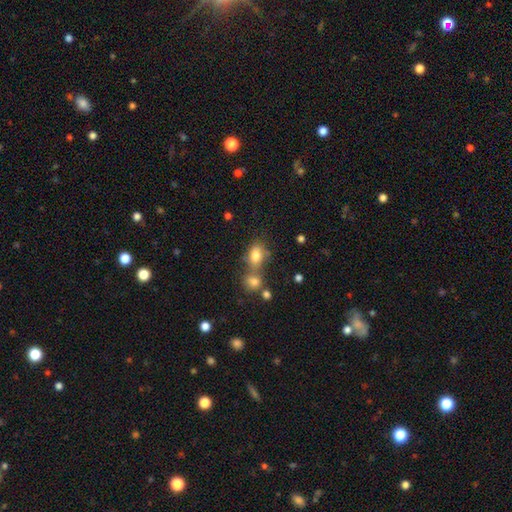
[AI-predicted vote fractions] Smooth or featured: smooth — 79% (star or artifact — 11%)
How rounded: in between — 74% (round — 25%)
Merging: none — 41% (merger — 40%)